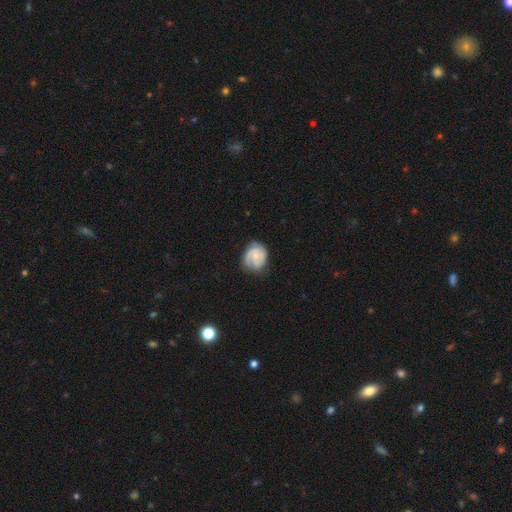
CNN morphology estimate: smooth-or-featured: featured or disk: 65% | smooth: 28% | star or artifact: 6%
  disk-edge-on: no: 98% | yes: 2%
    bar: no: 63% | weak: 32% | strong: 5%
    has-spiral-arms: yes: 91% | no: 9%
      spiral-winding: tight: 50% | medium: 37% | loose: 12%
      spiral-arm-count: 2: 49% | can't tell: 19% | 3: 16% | 1: 11% | 4: 2% | more than 4: 2%
    bulge-size: small: 60% | moderate: 30% | none: 7% | large: 1% | dominant: 1%
  merging: none: 64% | minor disturbance: 25% | major disturbance: 9% | merger: 1%